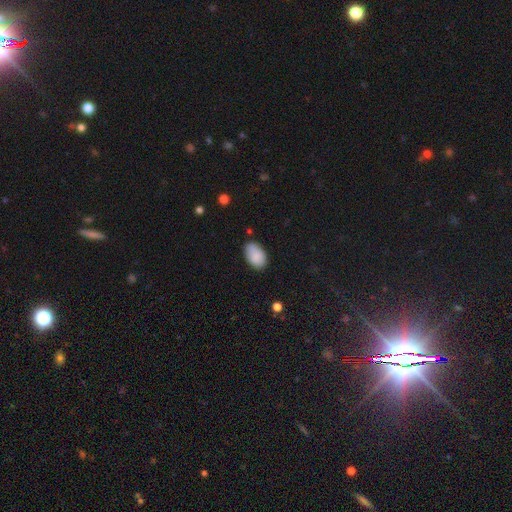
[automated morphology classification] The model was most divided on "merging": none: 76%, minor disturbance: 18%, major disturbance: 3%, merger: 2%. More confident: how rounded — in between (93%); smooth or featured — smooth (88%).